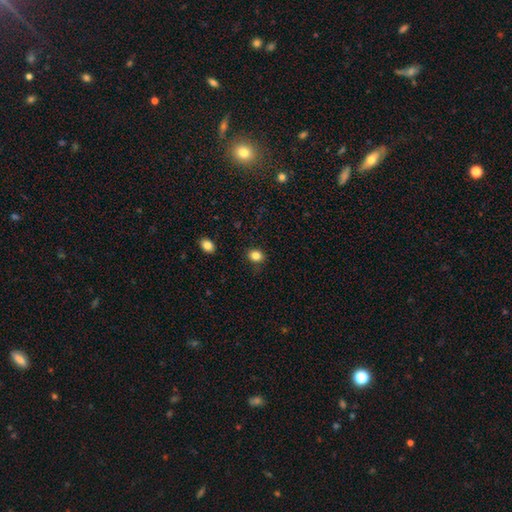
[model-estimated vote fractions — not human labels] A smooth galaxy with no disk features (84%) that is round (60%). Merging: none (85%).